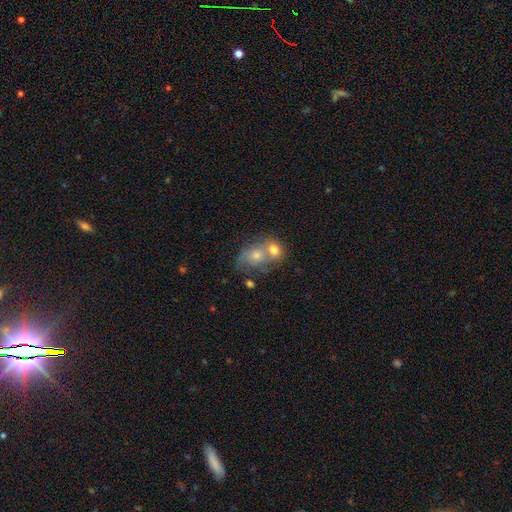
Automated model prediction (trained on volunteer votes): A smooth galaxy with no disk features (51%) that is in between round and cigar-shaped (52%). Merging: merger (67%).